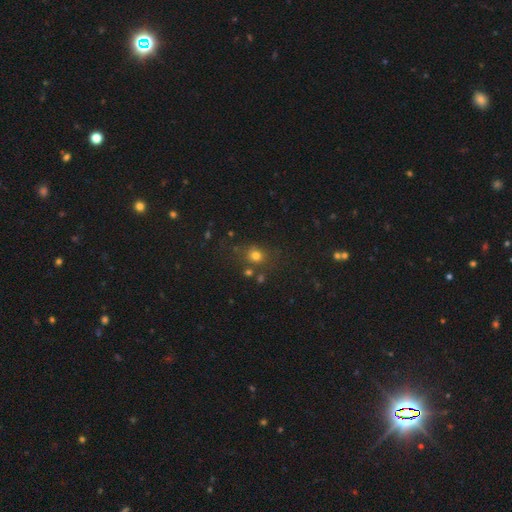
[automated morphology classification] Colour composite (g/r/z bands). It shows a smooth galaxy with no disk features (73%) that is round (78%). Merging: none (72%).